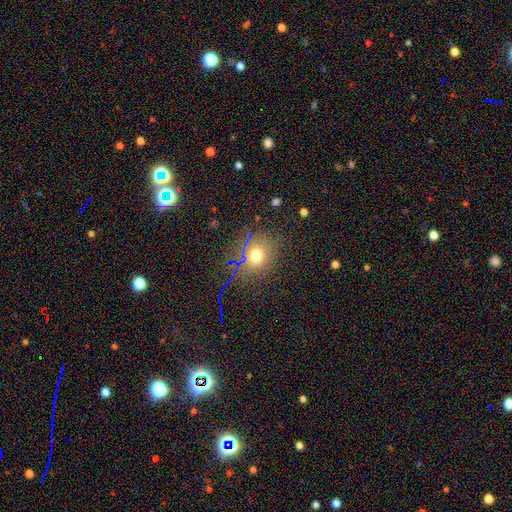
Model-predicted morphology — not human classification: Overall: smooth (63%; star or artifact 26%). How rounded: round (76%). Merging: none (82%).